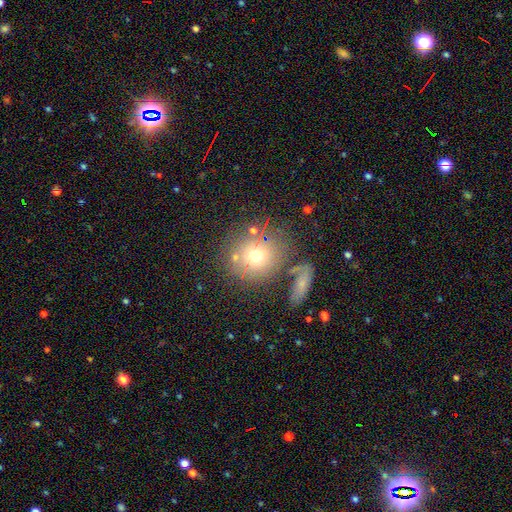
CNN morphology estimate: Overall: smooth (66%). How rounded: round (84%). Merging: none (69%).